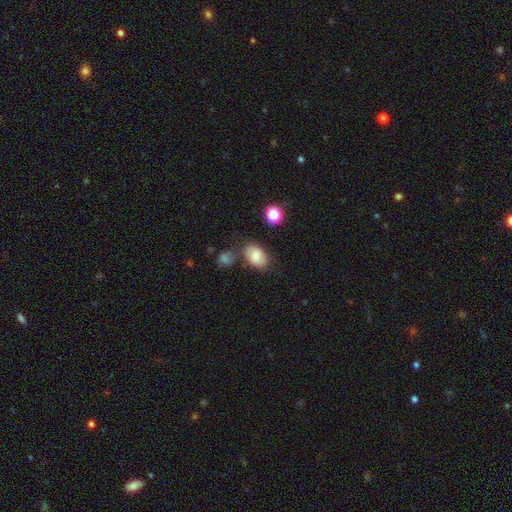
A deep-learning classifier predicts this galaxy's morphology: This is likely a smooth galaxy (79%). How rounded: clearly in between (86%). Merging: likely none (70%).